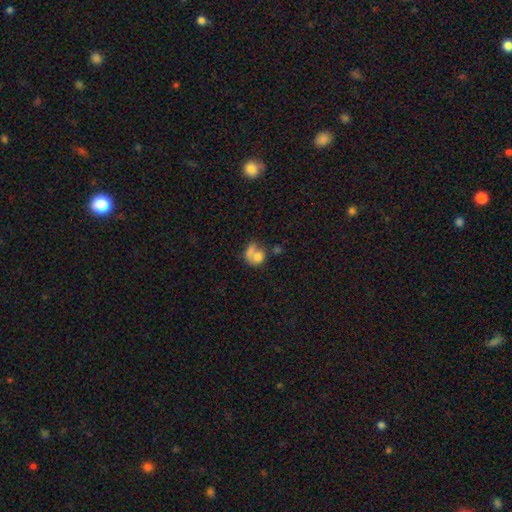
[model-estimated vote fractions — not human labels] smooth 70%, featured or disk 20%, star or artifact 10%. Down the decision tree: how rounded — round (60%); merging — merger (53%).